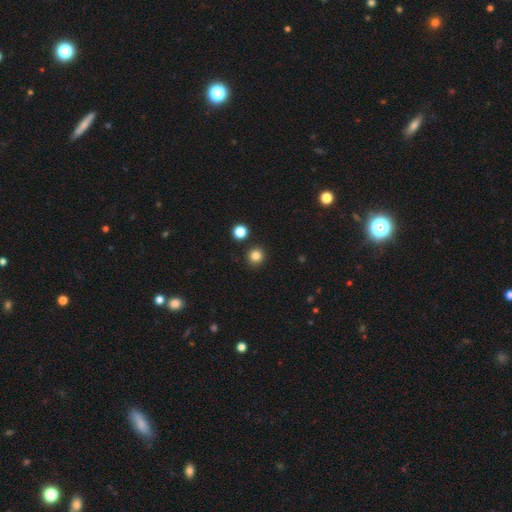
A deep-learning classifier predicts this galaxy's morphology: Overall: smooth (84%). How rounded: round (94%). Merging: none (91%).